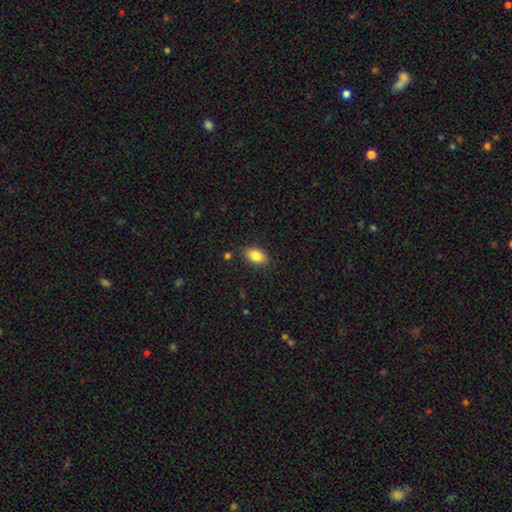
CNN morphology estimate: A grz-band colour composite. It shows a smooth galaxy with no disk features (85%) that is in between round and cigar-shaped (89%). Merging: none (85%).